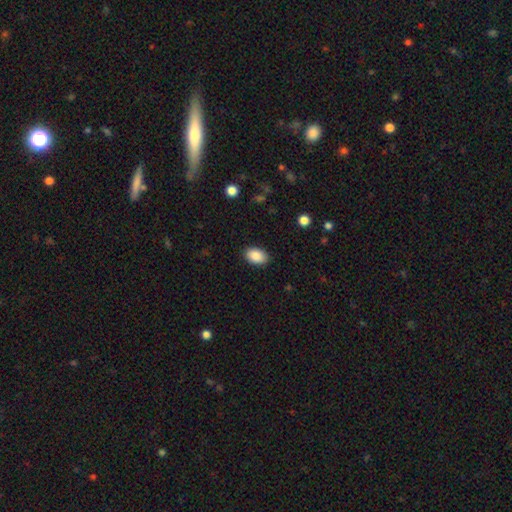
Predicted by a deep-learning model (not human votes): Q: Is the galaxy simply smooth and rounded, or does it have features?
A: smooth — 88%.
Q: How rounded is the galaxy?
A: in between — 89%.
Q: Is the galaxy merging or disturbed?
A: none — 89%.